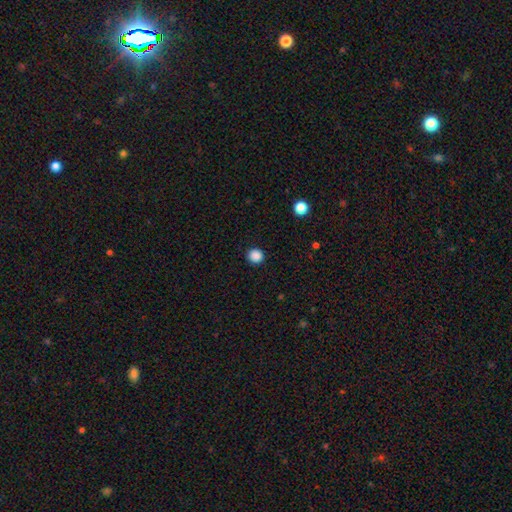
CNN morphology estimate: A smooth galaxy with no disk features (87%) that is round (92%).

Vote fractions:
- Smooth or featured? smooth: 87% / star or artifact: 10% / featured or disk: 2%
- How rounded? round: 92% / in between: 7% / cigar-shaped: 1%
- Merging? none: 92% / minor disturbance: 5% / major disturbance: 2% / merger: 1%